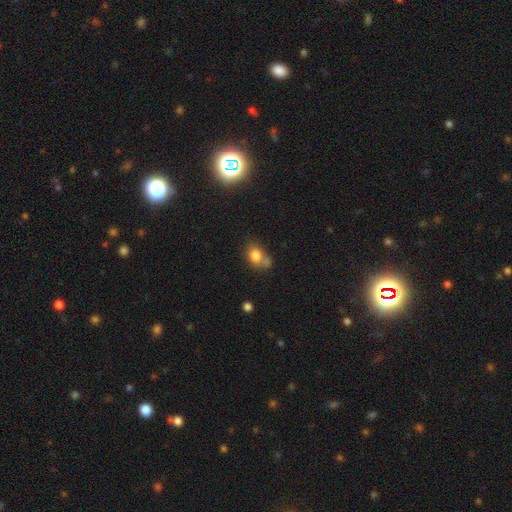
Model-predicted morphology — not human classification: This is likely a smooth galaxy (80%). How rounded: possibly in between (57%). Merging: possibly none (45%).